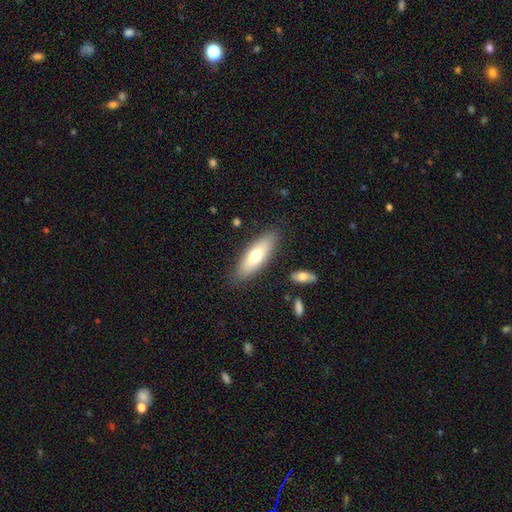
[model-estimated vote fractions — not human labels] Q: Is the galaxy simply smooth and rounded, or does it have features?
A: smooth — 66%.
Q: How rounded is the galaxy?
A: in between — 59%.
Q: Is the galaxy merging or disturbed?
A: none — 85%.